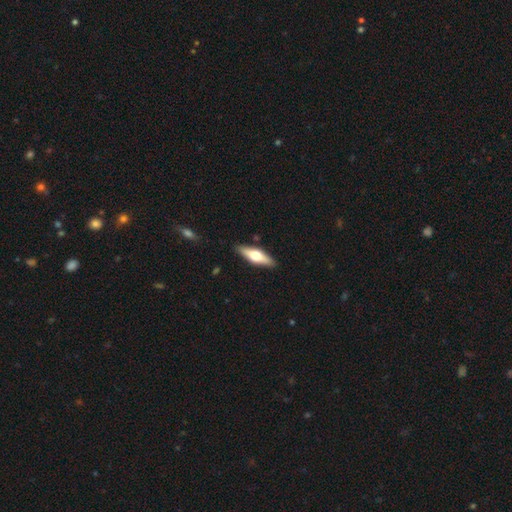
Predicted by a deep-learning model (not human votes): Morphology: type=featured or disk (48%); merging=none (88%).